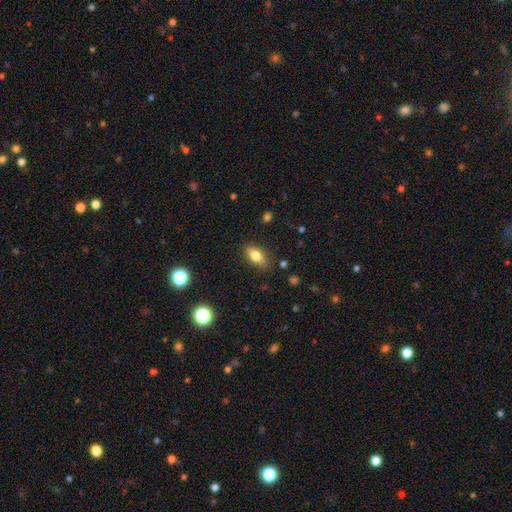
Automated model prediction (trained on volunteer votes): A smooth galaxy with no disk features (78%) that is in between round and cigar-shaped (84%). Merging: none (84%).